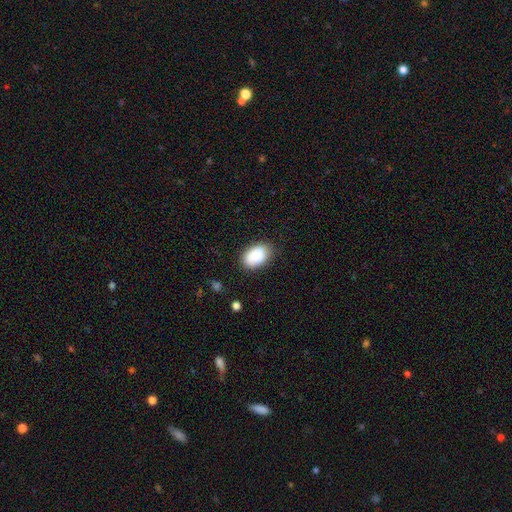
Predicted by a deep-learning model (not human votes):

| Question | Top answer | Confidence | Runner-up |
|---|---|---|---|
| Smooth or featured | smooth | 85% | featured or disk (8%) |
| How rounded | in between | 89% | round (10%) |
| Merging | none | 80% | minor disturbance (15%) |